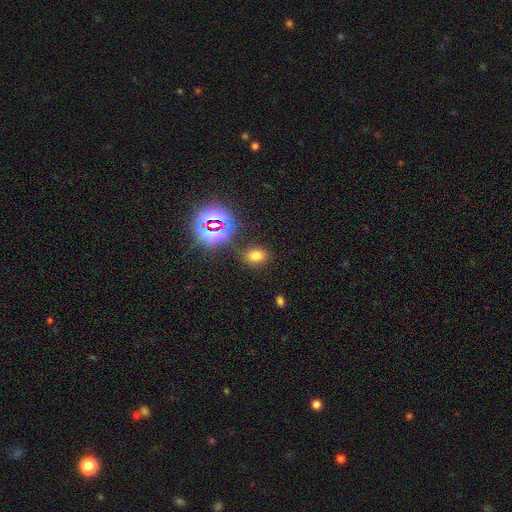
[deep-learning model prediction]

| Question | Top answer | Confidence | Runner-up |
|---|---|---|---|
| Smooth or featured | smooth | 67% | star or artifact (26%) |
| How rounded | in between | 61% | round (37%) |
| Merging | none | 82% | minor disturbance (10%) |